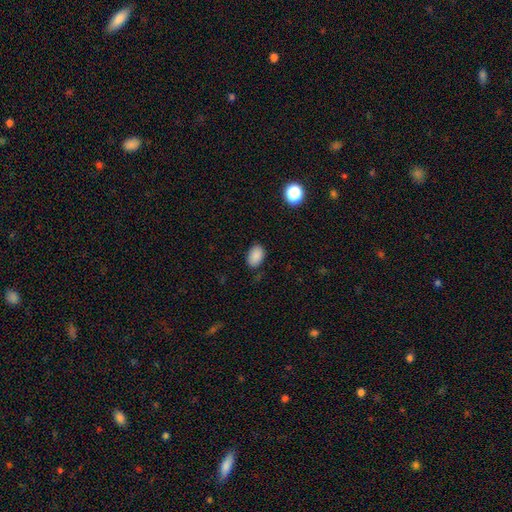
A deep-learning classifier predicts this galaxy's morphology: type=smooth (88%); roundness=in between (87%); merging=none (82%).